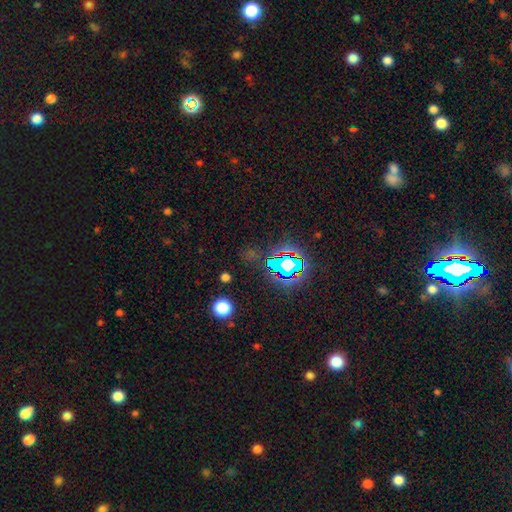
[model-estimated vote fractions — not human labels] Smooth or featured? Predicted: star or artifact (p=0.78).